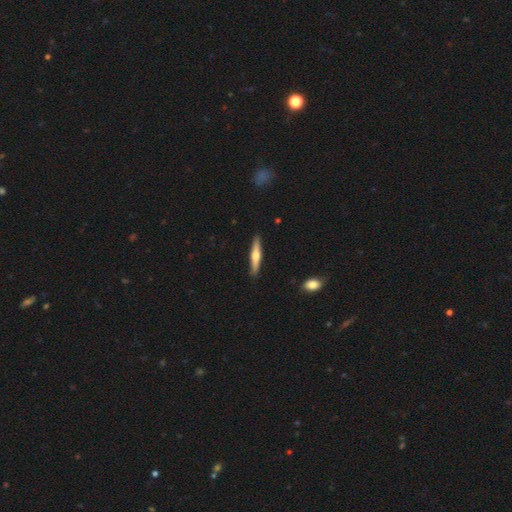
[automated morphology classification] type=featured or disk (58%); edge-on=yes (96%); edge-on bulge=rounded (91%); merging=none (90%).